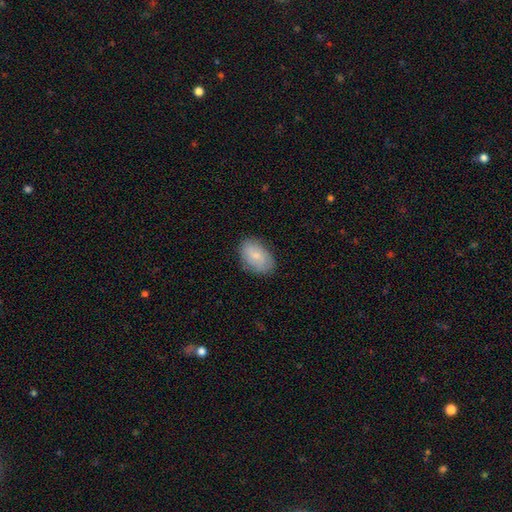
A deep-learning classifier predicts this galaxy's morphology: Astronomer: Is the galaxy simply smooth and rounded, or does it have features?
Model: smooth — 74%.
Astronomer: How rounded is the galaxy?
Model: in between — 90%.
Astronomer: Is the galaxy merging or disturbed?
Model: none — 81%.